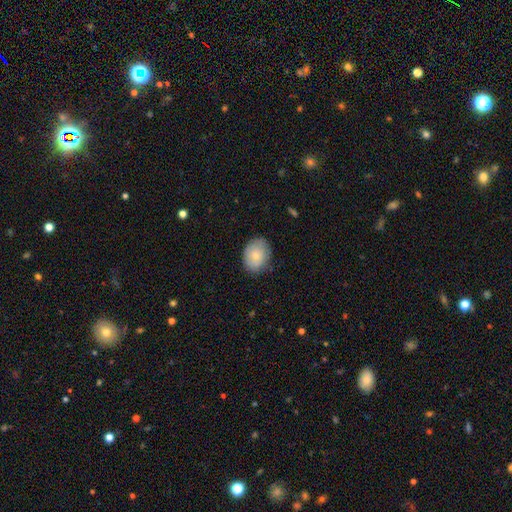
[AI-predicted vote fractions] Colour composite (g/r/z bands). It shows a smooth galaxy with no disk features (75%) that is in between round and cigar-shaped (59%). Merging: none (78%).